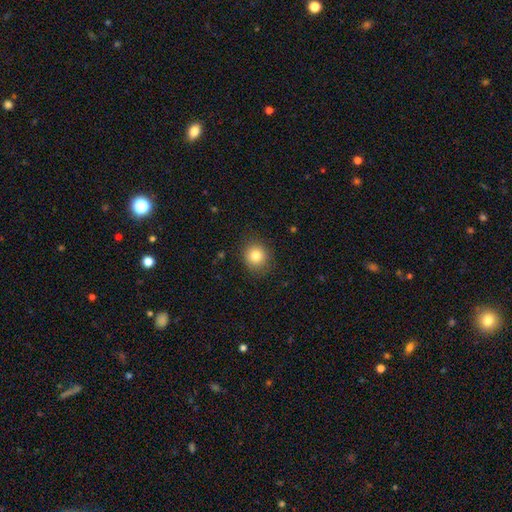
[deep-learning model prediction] Smooth or featured? smooth (83%)
How rounded? round (86%)
Merging? none (87%)